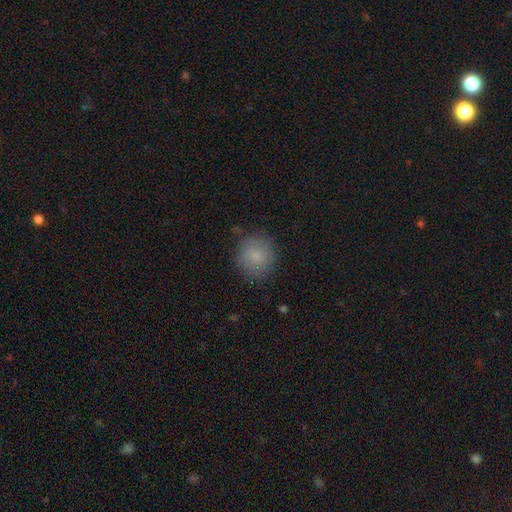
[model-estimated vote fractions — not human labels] A smooth galaxy with no disk features (82%) that is round (89%). Merging: none (84%).